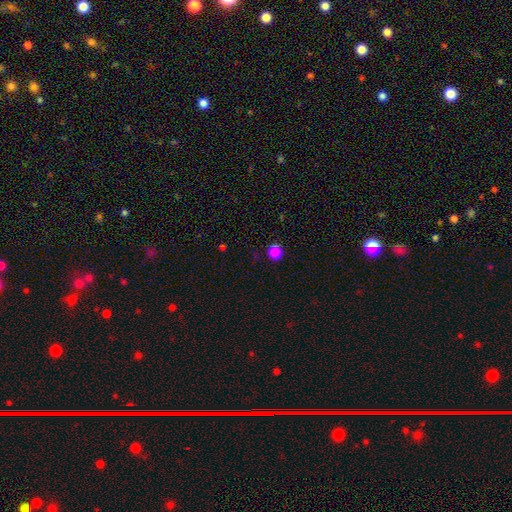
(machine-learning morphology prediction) Smooth or featured: smooth — 80% (star or artifact — 14%)
How rounded: round — 84% (in between — 15%)
Merging: none — 85% (minor disturbance — 10%)